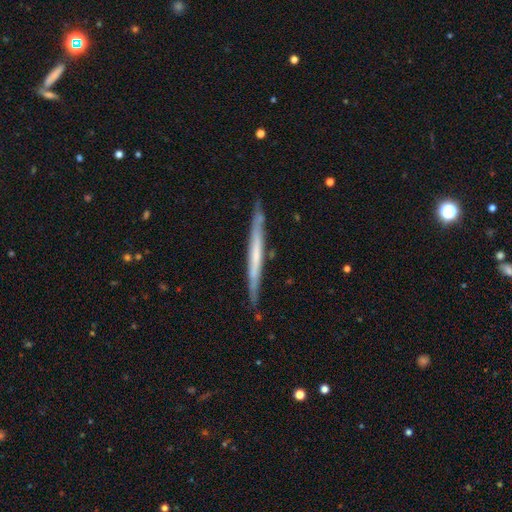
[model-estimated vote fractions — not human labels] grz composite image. It shows a featured or disk galaxy (58%) viewed edge-on (95%) with no central bulge (81%). Merging: none (86%).